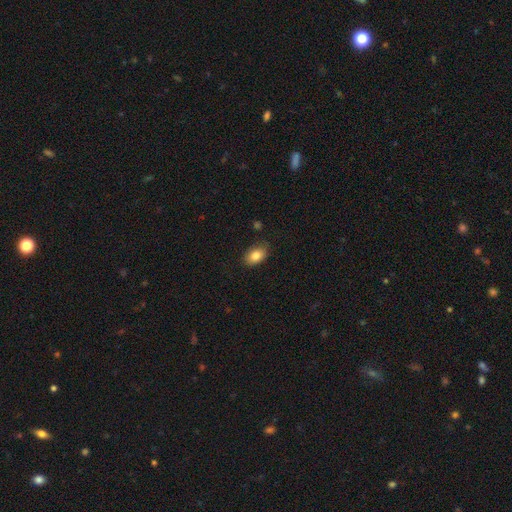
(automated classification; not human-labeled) Morphology: type=smooth (84%); roundness=in between (86%); merging=none (83%).